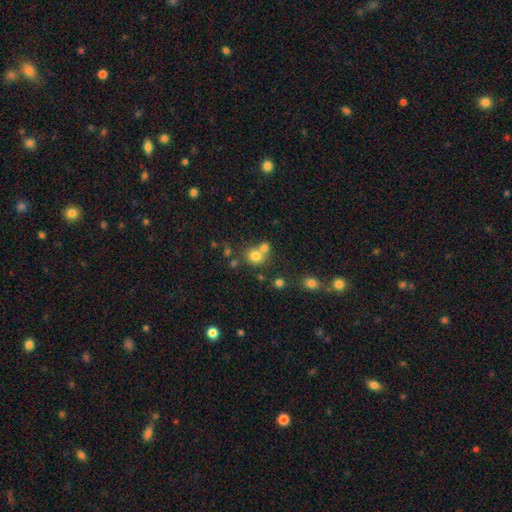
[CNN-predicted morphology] The model was most divided on "merging": none: 49%, merger: 39%, minor disturbance: 8%, major disturbance: 4%. More confident: how rounded — round (78%); smooth or featured — smooth (74%).